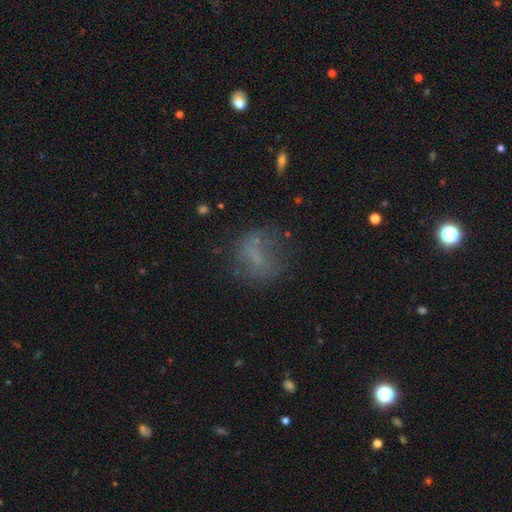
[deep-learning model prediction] smooth 51%, featured or disk 30%, star or artifact 19%. Down the decision tree: how rounded — round (57%); merging — none (56%).